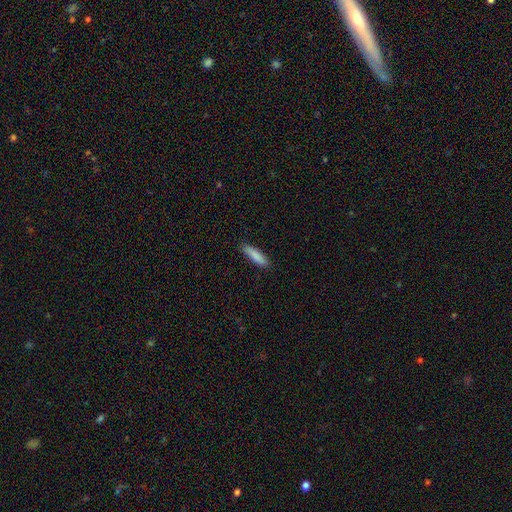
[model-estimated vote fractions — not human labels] A smooth galaxy with no disk features (86%) that is cigar-shaped (75%).

Vote fractions:
- Smooth or featured? smooth: 86% / featured or disk: 8% / star or artifact: 6%
- How rounded? cigar-shaped: 75% / in between: 23% / round: 1%
- Merging? none: 86% / minor disturbance: 10% / major disturbance: 2% / merger: 1%